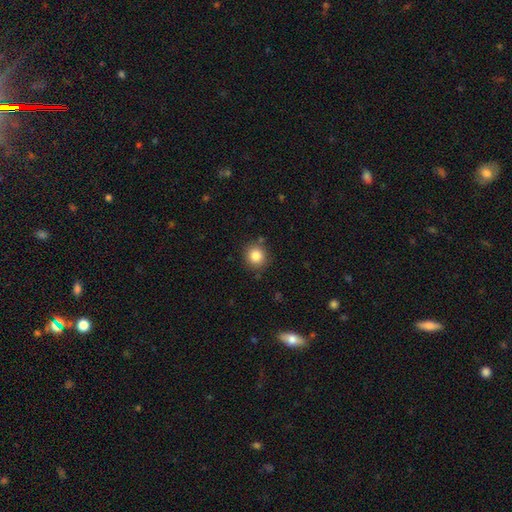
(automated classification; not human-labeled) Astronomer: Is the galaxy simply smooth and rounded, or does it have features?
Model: smooth — 84%.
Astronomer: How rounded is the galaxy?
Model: round — 88%.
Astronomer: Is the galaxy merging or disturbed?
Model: none — 86%.